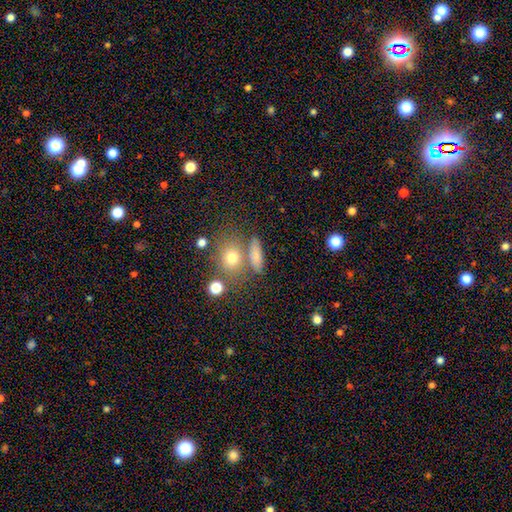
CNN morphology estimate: Smooth or featured? smooth (72%)
How rounded? in between (48%)
Merging? none (60%)